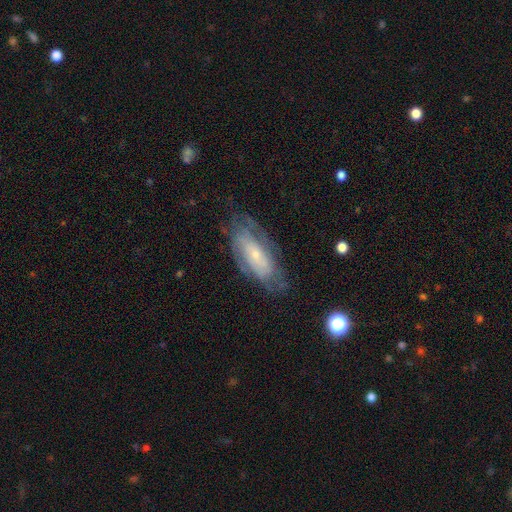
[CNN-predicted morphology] This appears to be a featured or disk galaxy (64%) with no bar (67%), spiral arms (71%) and a small central bulge (73%). Merging: none (63%).